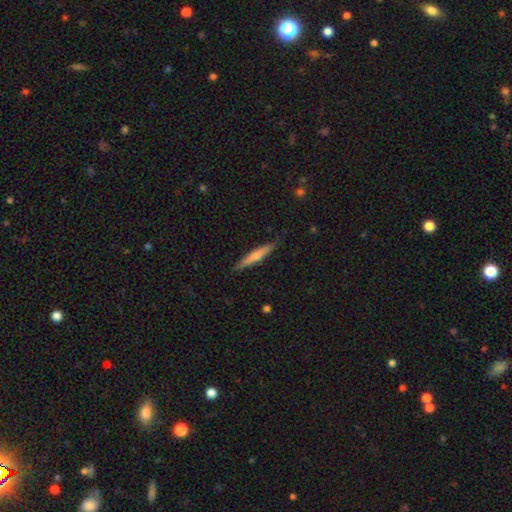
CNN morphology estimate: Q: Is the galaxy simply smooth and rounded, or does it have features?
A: smooth — 49%.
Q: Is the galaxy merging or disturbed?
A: none — 87%.